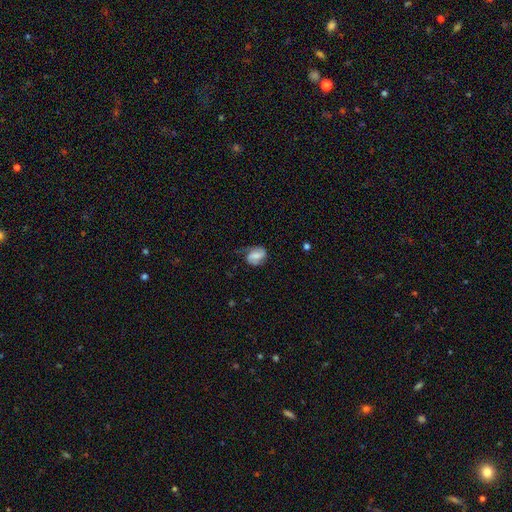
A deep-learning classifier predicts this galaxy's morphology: type=featured or disk (51%); edge-on=no (97%); merging=none (50%).